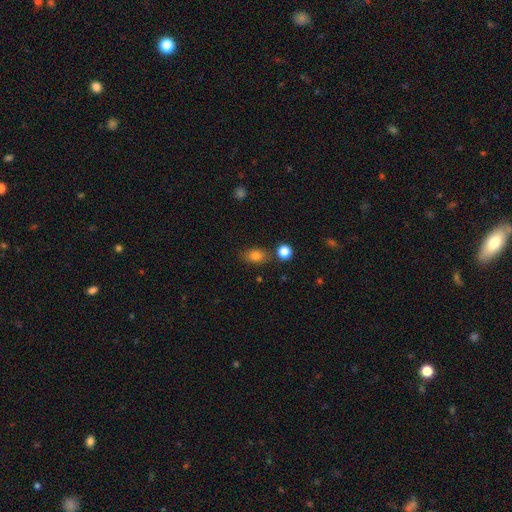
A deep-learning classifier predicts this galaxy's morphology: Smooth or featured? Predicted: smooth (p=0.81). How rounded? Predicted: in between (p=0.76). Merging? Predicted: none (p=0.78).